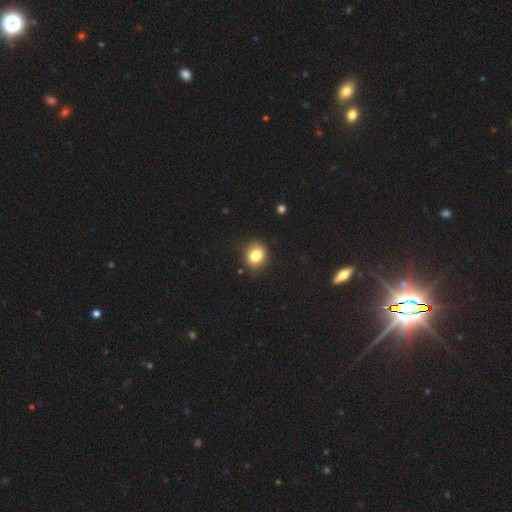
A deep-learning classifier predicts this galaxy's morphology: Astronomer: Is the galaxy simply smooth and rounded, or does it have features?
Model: smooth — 81%.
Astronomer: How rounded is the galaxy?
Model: round — 64%.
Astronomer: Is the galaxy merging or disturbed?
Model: none — 78%.